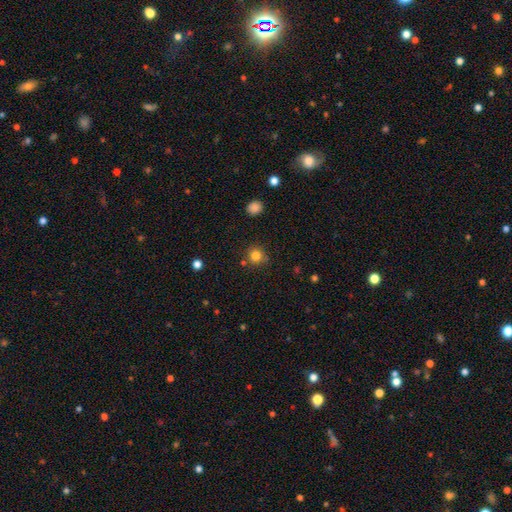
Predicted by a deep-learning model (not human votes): Q: Smooth or featured?
A: smooth (82%); runner-up: star or artifact (13%)
Q: How rounded?
A: round (92%); runner-up: in between (7%)
Q: Merging?
A: none (81%); runner-up: minor disturbance (11%)